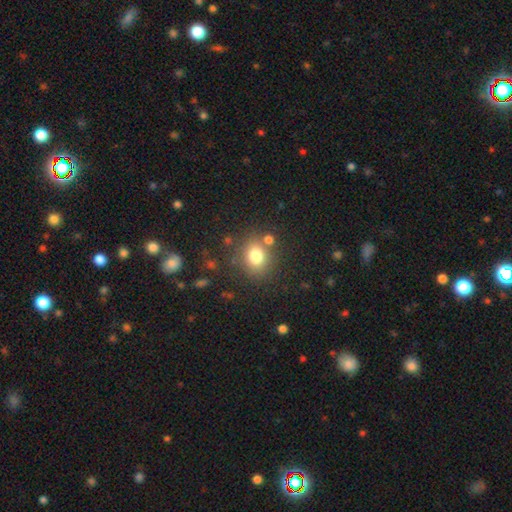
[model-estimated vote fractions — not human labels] Smooth or featured? Predicted: smooth (p=0.77). How rounded? Predicted: round (p=0.68). Merging? Predicted: none (p=0.75).